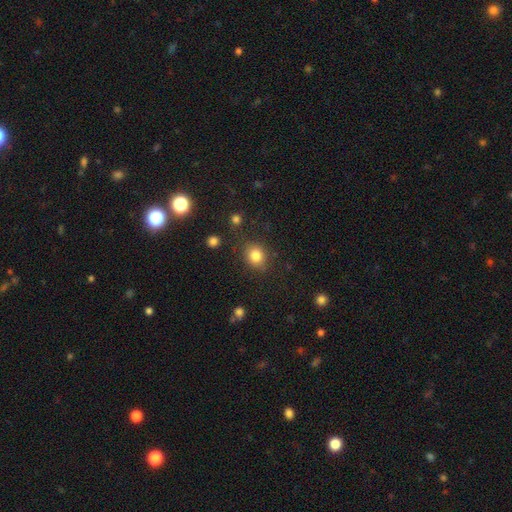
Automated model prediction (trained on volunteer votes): The model was most divided on "how rounded": round: 76%, in between: 23%, cigar-shaped: 1%. More confident: smooth or featured — smooth (83%); merging — none (81%).